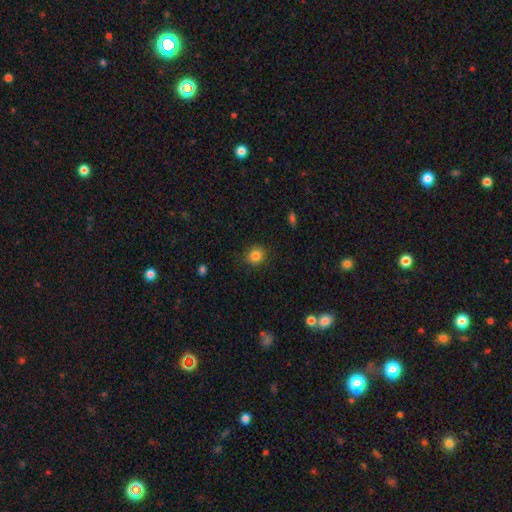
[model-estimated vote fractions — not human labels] The model was most divided on "how rounded": round: 83%, in between: 16%, cigar-shaped: 1%. More confident: merging — none (88%); smooth or featured — smooth (83%).